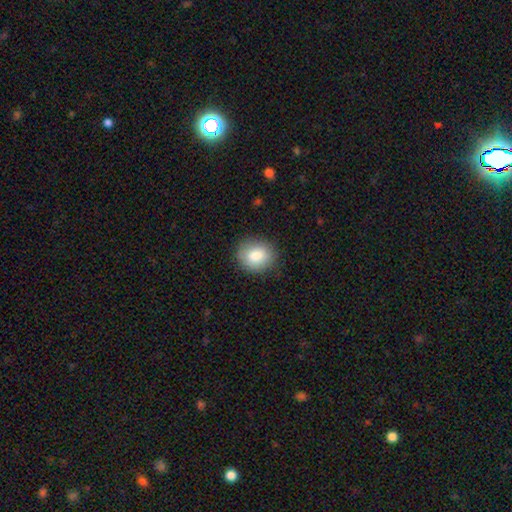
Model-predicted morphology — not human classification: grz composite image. It shows a smooth galaxy with no disk features (84%) that is round (73%). Merging: none (86%).